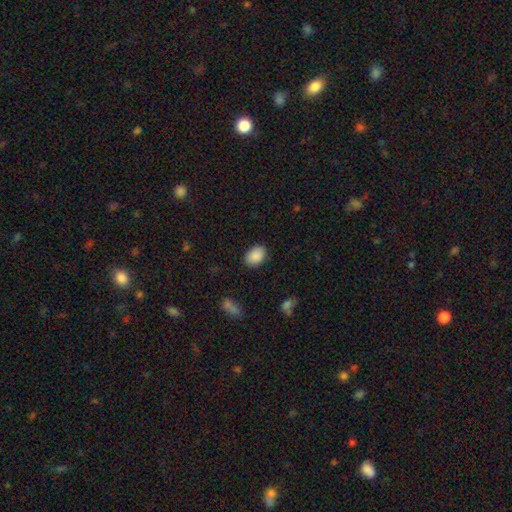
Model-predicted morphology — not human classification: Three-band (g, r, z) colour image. It shows a smooth galaxy with no disk features (89%) that is in between round and cigar-shaped (77%). Merging: none (86%).